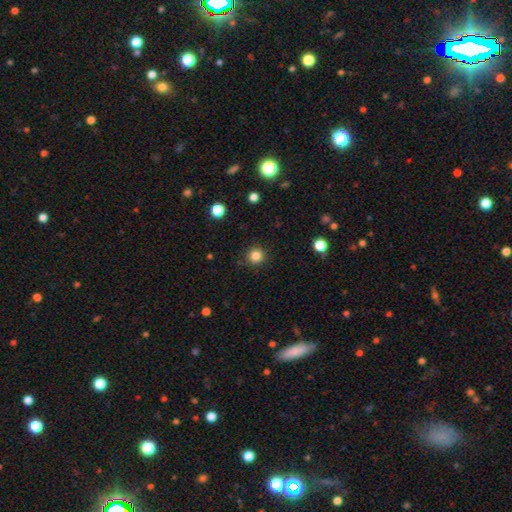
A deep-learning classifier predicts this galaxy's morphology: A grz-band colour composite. It shows a smooth galaxy with no disk features (83%) that is round (94%). Merging: none (91%).